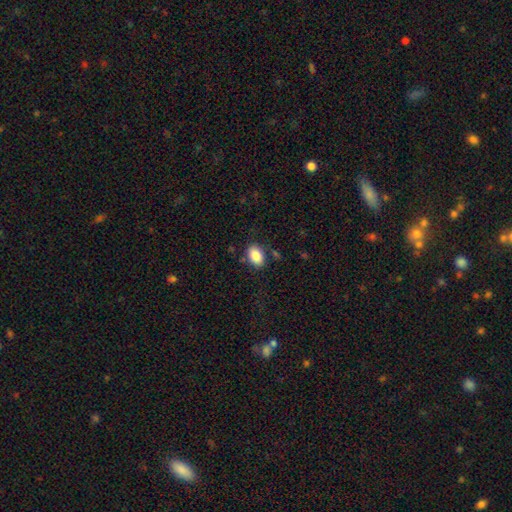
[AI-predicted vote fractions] A smooth galaxy with no disk features (86%) that is in between round and cigar-shaped (84%).

Vote fractions:
- Smooth or featured? smooth: 86% / star or artifact: 8% / featured or disk: 7%
- How rounded? in between: 84% / round: 15% / cigar-shaped: 1%
- Merging? none: 81% / minor disturbance: 12% / merger: 4% / major disturbance: 3%